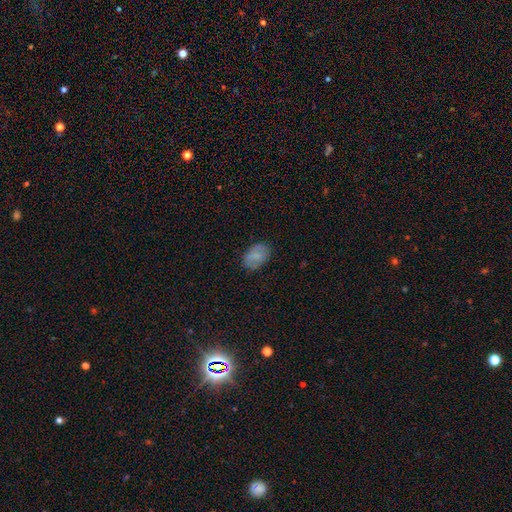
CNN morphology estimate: The model was most divided on "smooth or featured": smooth: 75%, featured or disk: 17%, star or artifact: 8%. More confident: how rounded — in between (86%); merging — none (81%).